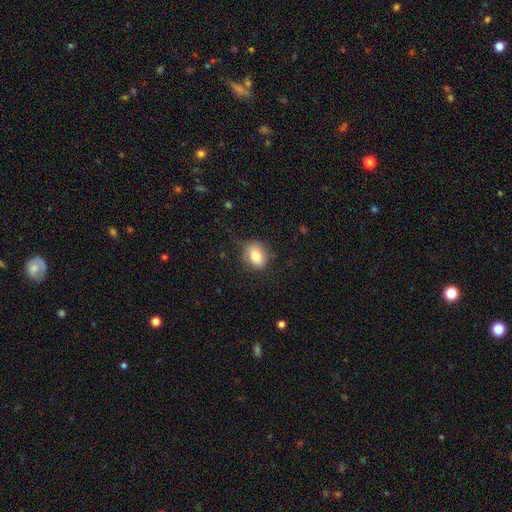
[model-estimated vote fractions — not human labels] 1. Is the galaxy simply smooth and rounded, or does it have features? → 84% smooth, 8% star or artifact, 8% featured or disk.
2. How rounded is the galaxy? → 61% in between, 38% round, 1% cigar-shaped.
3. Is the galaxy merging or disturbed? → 70% none, 22% minor disturbance, 7% major disturbance, 1% merger.